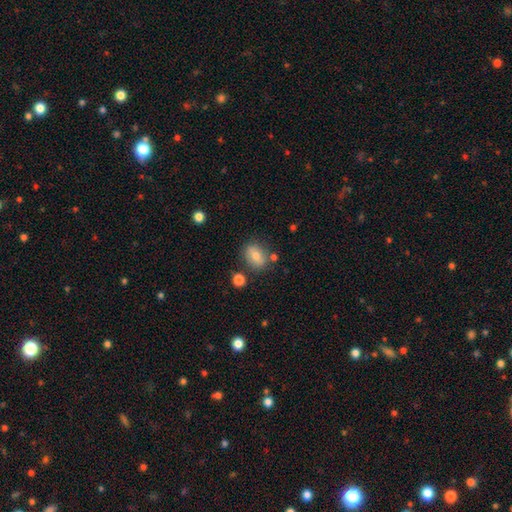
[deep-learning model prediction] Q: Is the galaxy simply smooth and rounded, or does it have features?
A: smooth — 71%.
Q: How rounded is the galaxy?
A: in between — 59%.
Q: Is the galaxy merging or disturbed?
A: none — 74%.